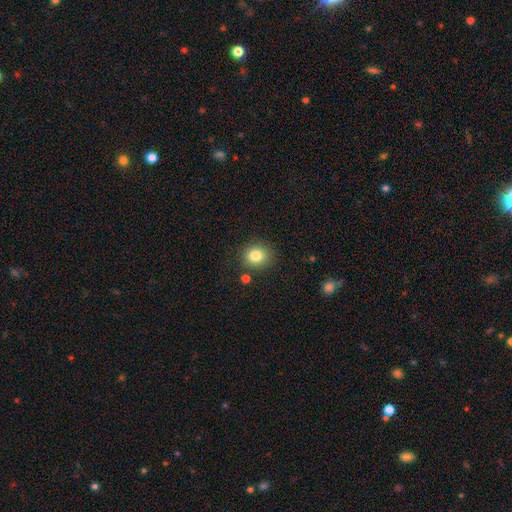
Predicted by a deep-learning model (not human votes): A smooth galaxy with no disk features (83%) that is round (79%). Merging: none (83%).